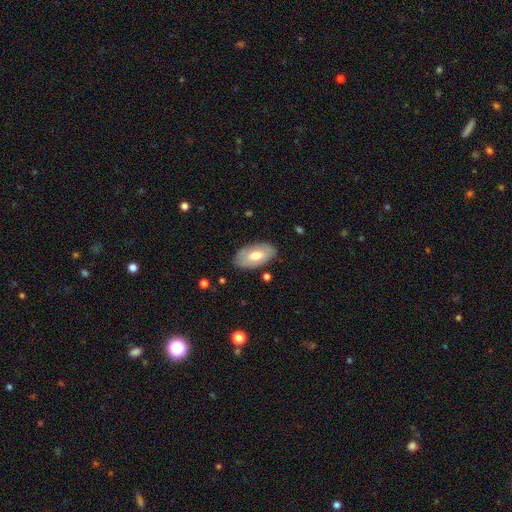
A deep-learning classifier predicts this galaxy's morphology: Smooth or featured?
  - smooth: 64% *
  - featured or disk: 30%
  - star or artifact: 6%
How rounded?
  - in between: 95% *
  - round: 3%
  - cigar-shaped: 2%
Merging?
  - none: 82% *
  - minor disturbance: 13%
  - major disturbance: 3%
  - merger: 2%